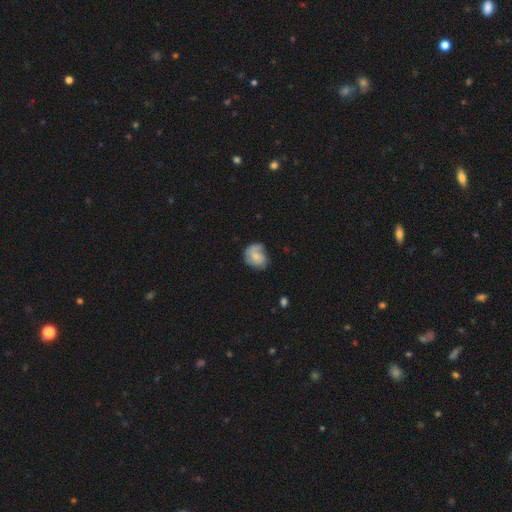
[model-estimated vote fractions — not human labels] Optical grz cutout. It shows a smooth galaxy with no disk features (51%) that is round (58%). Merging: none (50%).